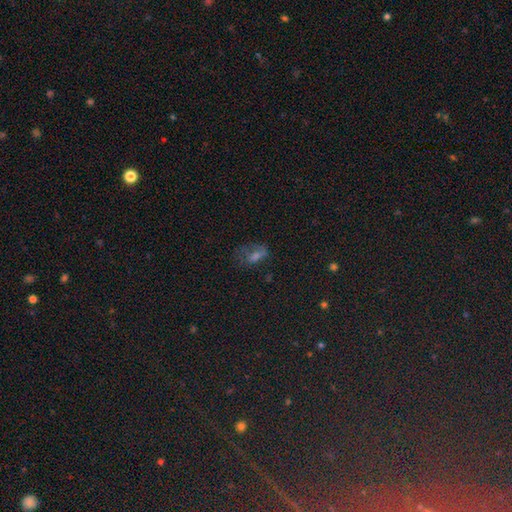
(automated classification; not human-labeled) Smooth or featured? Predicted: smooth (p=0.44). Merging? Predicted: none (p=0.49).